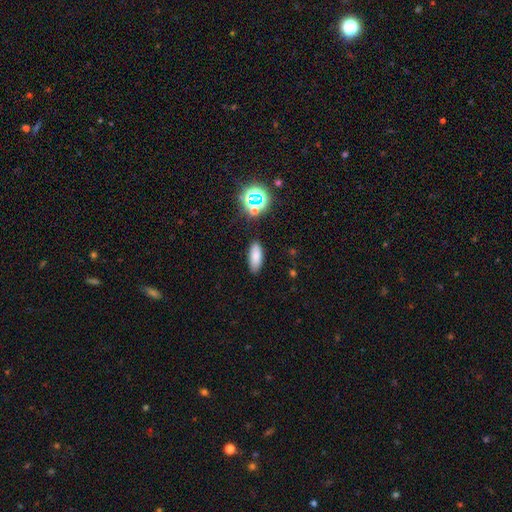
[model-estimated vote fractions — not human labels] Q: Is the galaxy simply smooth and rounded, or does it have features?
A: smooth — 78%.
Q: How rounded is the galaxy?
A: in between — 77%.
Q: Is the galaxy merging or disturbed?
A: none — 85%.